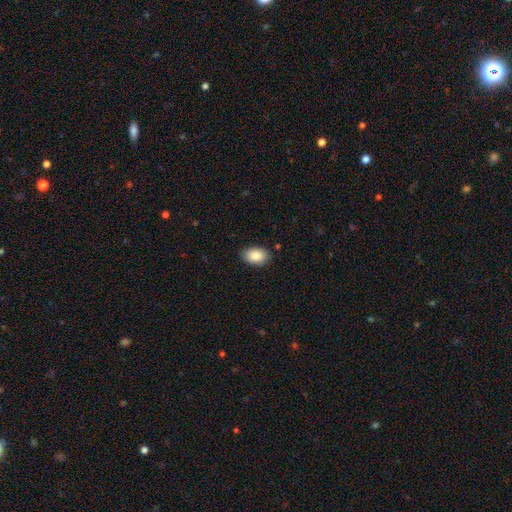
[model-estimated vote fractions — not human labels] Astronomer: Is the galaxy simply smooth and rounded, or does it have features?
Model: smooth — 87%.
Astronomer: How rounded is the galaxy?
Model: in between — 87%.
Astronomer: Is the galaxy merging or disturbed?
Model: none — 87%.